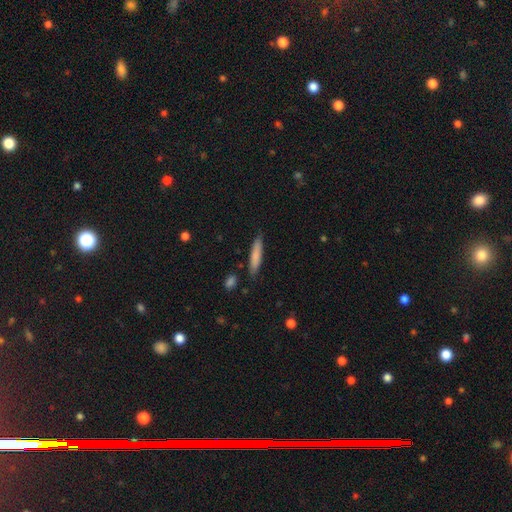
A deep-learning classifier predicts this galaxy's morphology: type=smooth (79%); roundness=cigar-shaped (88%); merging=none (84%).